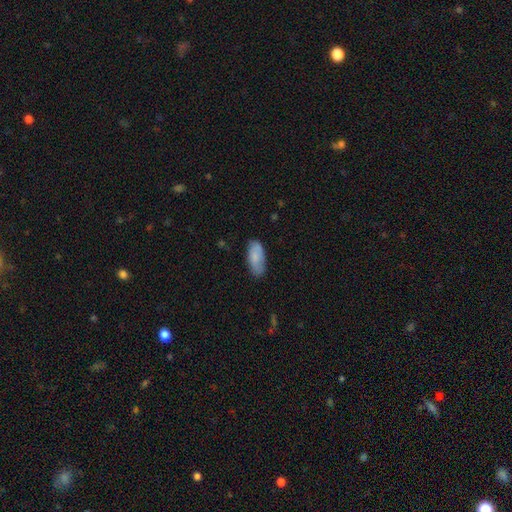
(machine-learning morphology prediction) smooth_or_featured: smooth (p=0.82) [alt: featured or disk p=0.13]
how_rounded: in between (p=0.87) [alt: cigar-shaped p=0.11]
merging: none (p=0.76) [alt: minor disturbance p=0.19]